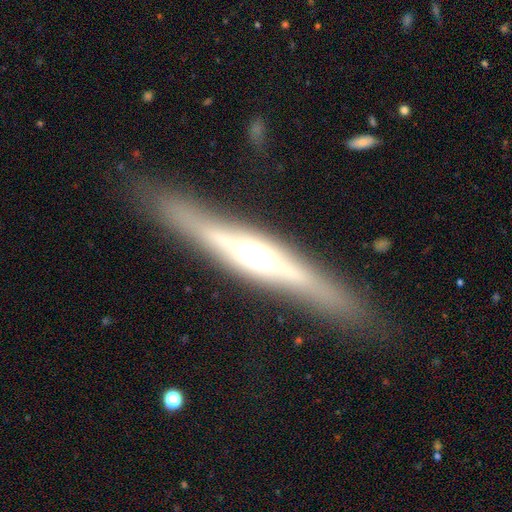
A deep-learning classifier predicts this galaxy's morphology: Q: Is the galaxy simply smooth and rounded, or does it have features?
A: featured or disk — 72%.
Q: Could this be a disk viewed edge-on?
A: yes — 96%.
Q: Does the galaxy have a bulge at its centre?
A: rounded — 87%.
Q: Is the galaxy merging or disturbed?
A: none — 88%.